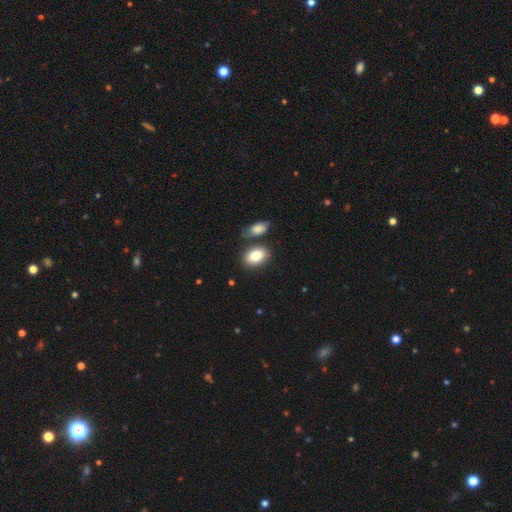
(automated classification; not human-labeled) Smooth or featured? smooth (83%)
How rounded? in between (86%)
Merging? none (67%)